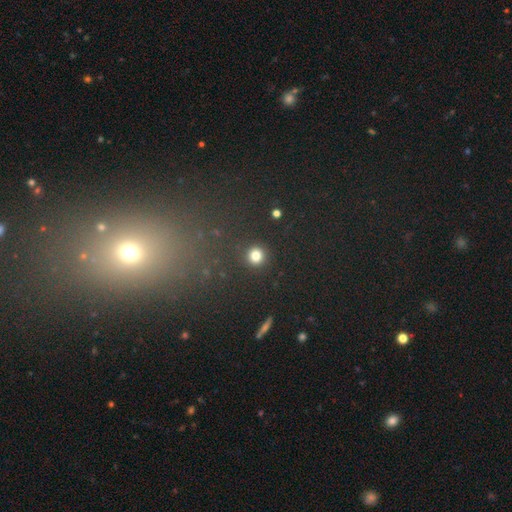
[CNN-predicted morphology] smooth 82%, star or artifact 13%, featured or disk 5%. Down the decision tree: how rounded — round (94%); merging — none (91%).